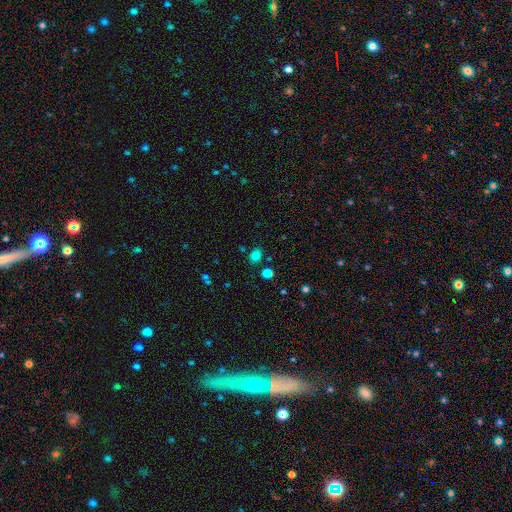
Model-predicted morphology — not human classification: This is likely a smooth galaxy (79%). How rounded: possibly in between (58%). Merging: clearly none (81%).